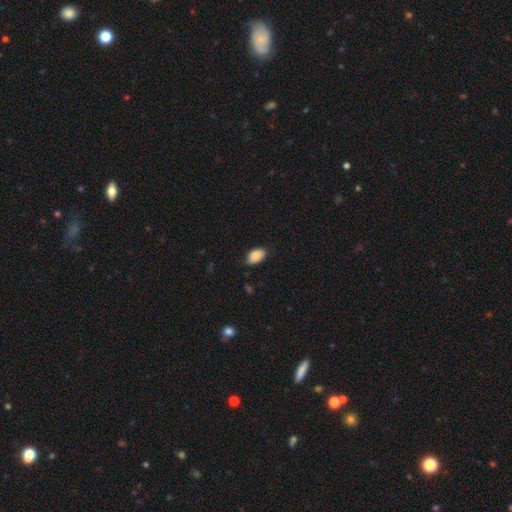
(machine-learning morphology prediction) The model was most divided on "merging": none: 75%, minor disturbance: 21%, major disturbance: 3%, merger: 1%. More confident: how rounded — in between (92%); smooth or featured — smooth (87%).